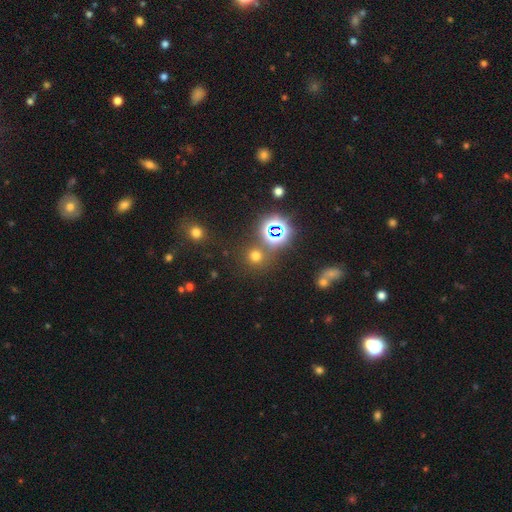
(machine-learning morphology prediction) smooth 58%, star or artifact 35%, featured or disk 6%. Down the decision tree: how rounded — round (91%); merging — none (79%).